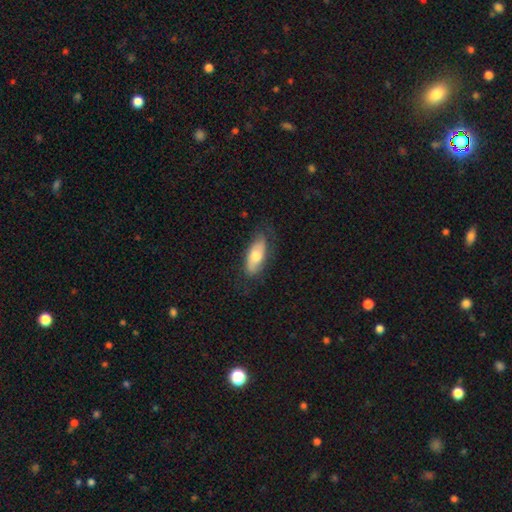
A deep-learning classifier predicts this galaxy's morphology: The model was most divided on "smooth or featured": smooth: 60%, featured or disk: 33%, star or artifact: 6%. More confident: how rounded — in between (78%); merging — none (72%).